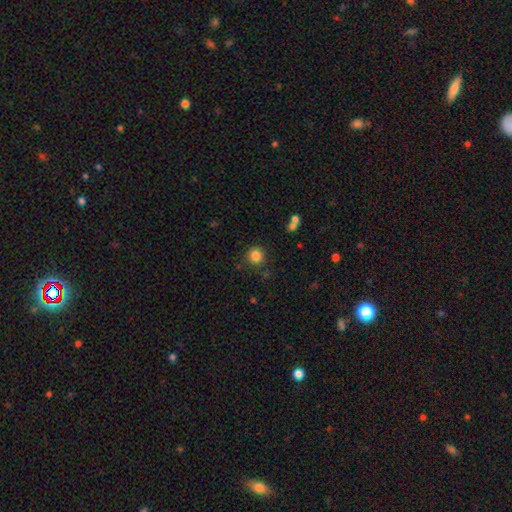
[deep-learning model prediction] This appears to be a smooth galaxy with no disk features (84%) that is round (92%). Merging: none (82%).